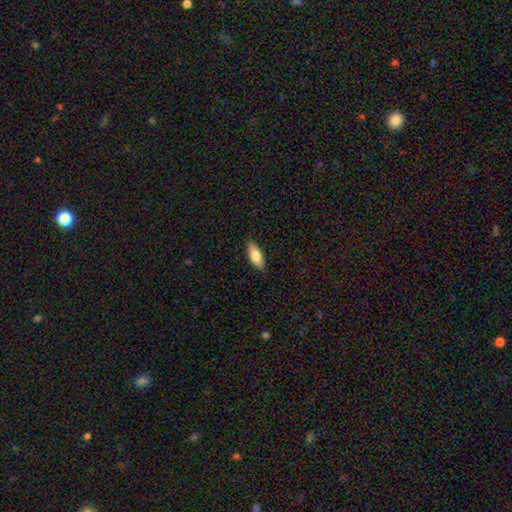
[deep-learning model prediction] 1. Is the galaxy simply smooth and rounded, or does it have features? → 82% smooth, 13% featured or disk, 6% star or artifact.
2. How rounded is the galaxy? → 83% in between, 15% cigar-shaped, 2% round.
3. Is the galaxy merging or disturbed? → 87% none, 10% minor disturbance, 2% major disturbance, 1% merger.